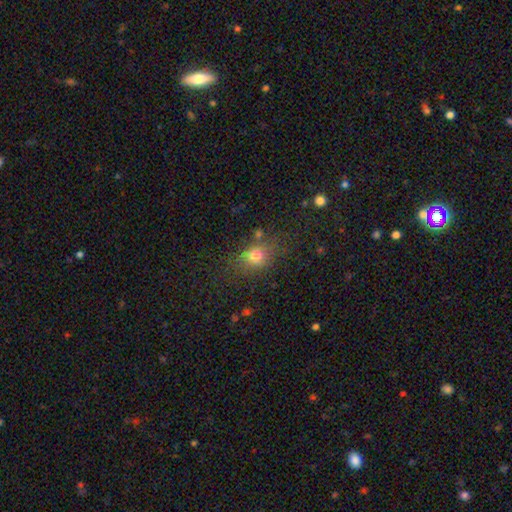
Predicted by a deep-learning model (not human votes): smooth 74%, star or artifact 15%, featured or disk 10%. Down the decision tree: how rounded — round (50%); merging — none (70%).